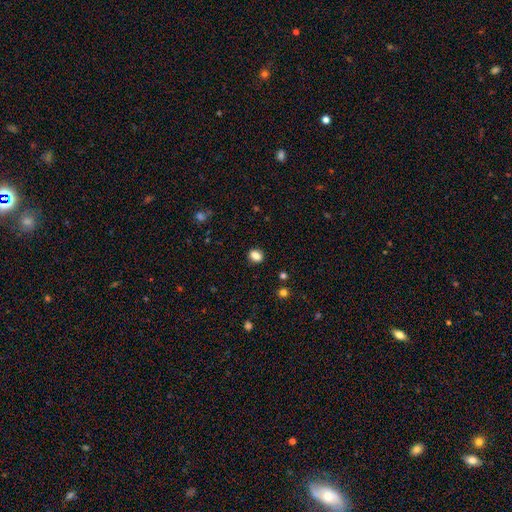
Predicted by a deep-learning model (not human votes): Overall: smooth (84%). How rounded: in between (56%; round 42%). Merging: none (88%).